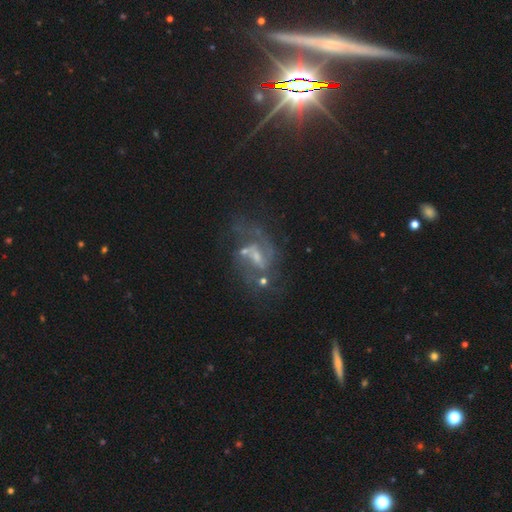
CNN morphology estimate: A featured or disk galaxy (78%) with a weak bar (52%), 2 (72%) medium (45%) spiral arms (86%) and a small central bulge (55%). Merging: none (49%).